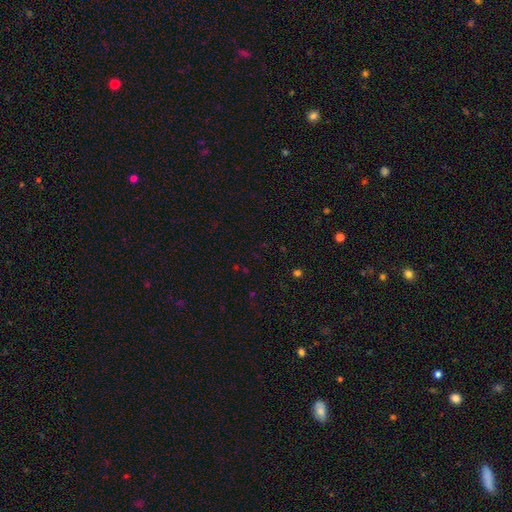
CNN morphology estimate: smooth_or_featured: star or artifact (p=0.65) [alt: smooth p=0.28]